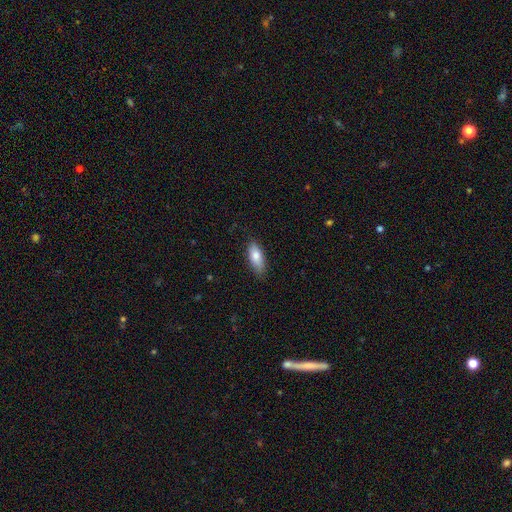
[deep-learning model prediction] This appears to be a smooth galaxy with no disk features (80%) that is in between round and cigar-shaped (79%). Merging: none (83%).